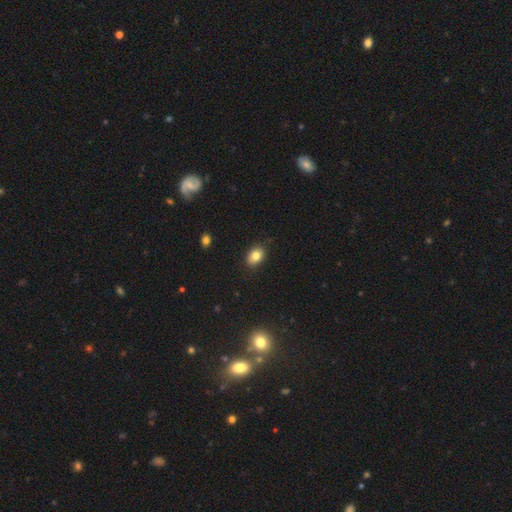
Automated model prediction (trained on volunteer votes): smooth 81%, star or artifact 10%, featured or disk 9%. Down the decision tree: how rounded — in between (76%); merging — none (85%).